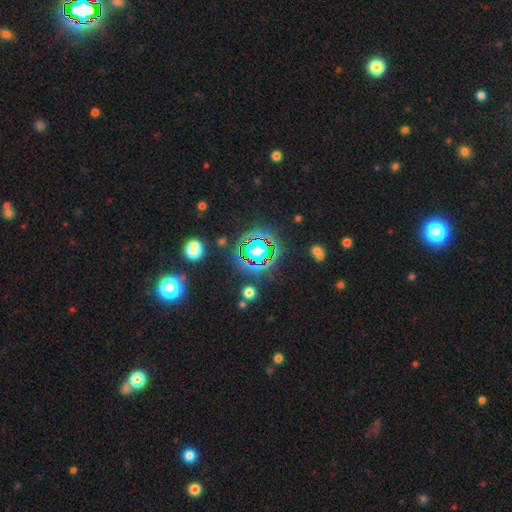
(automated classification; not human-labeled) The model was most divided on "smooth or featured": star or artifact: 80%, smooth: 12%, featured or disk: 8%.